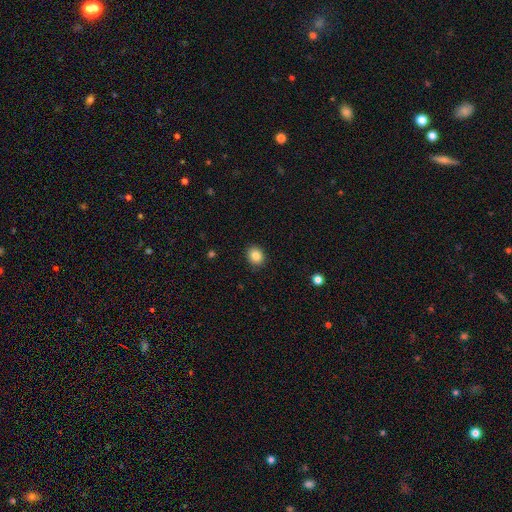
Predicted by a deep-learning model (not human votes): A smooth galaxy with no disk features (84%) that is round (66%). Merging: none (90%).